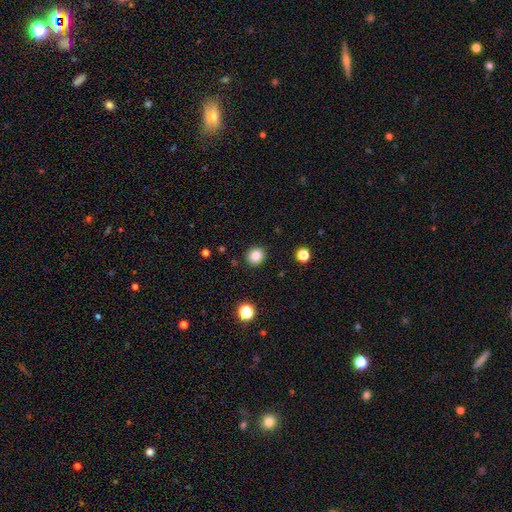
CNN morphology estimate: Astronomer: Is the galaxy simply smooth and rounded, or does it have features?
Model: smooth — 84%.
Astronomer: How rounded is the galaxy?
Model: round — 86%.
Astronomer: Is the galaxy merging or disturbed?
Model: none — 90%.